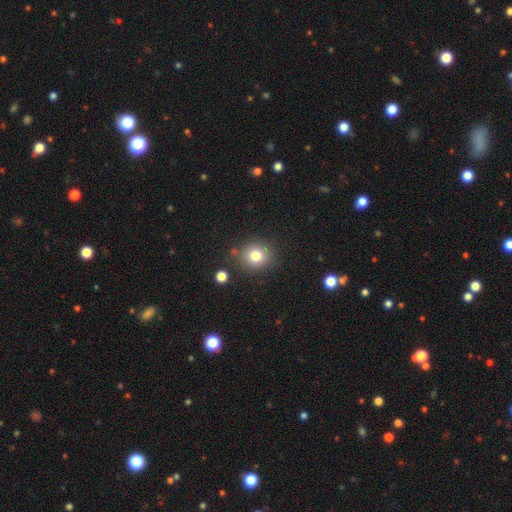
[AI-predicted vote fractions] This appears to be a smooth galaxy with no disk features (79%) that is round (85%). Merging: none (84%).